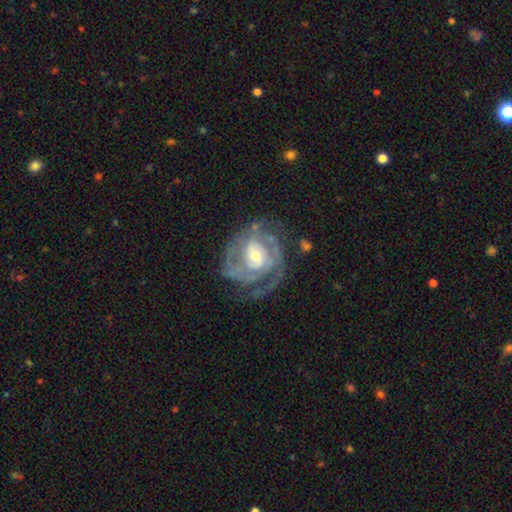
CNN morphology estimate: A featured or disk galaxy (86%) with no bar (56%), 2 (36%) tight (57%) spiral arms (91%) and a moderate central bulge (56%).

Vote fractions:
- Smooth or featured? featured or disk: 86% / smooth: 9% / star or artifact: 5%
- Edge-on disk? no: 97% / yes: 3%
- Bar? no: 56% / weak: 34% / strong: 10%
- Spiral arms? yes: 91% / no: 9%
- Spiral winding? tight: 57% / medium: 33% / loose: 10%
- Spiral arm count? 2: 36% / can't tell: 29% / 3: 19% / 1: 7% / 4: 6% / more than 4: 4%
- Bulge size? moderate: 56% / small: 36% / large: 6% / none: 1% / dominant: 1%
- Merging? none: 61% / minor disturbance: 20% / major disturbance: 17% / merger: 2%